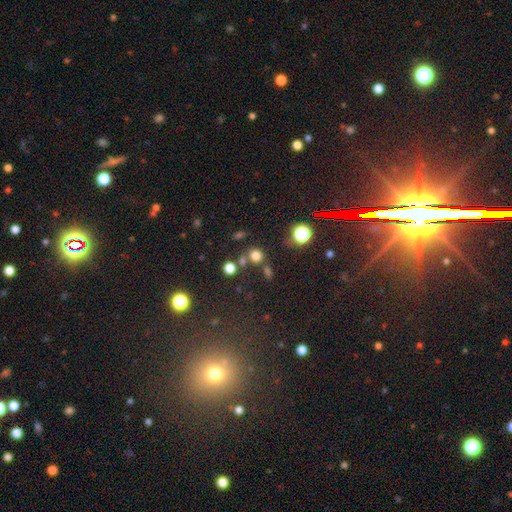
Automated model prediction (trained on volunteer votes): A smooth galaxy with no disk features (72%) that is round (85%).

Vote fractions:
- Smooth or featured? smooth: 72% / star or artifact: 22% / featured or disk: 7%
- How rounded? round: 85% / in between: 13% / cigar-shaped: 1%
- Merging? none: 68% / merger: 17% / minor disturbance: 10% / major disturbance: 5%